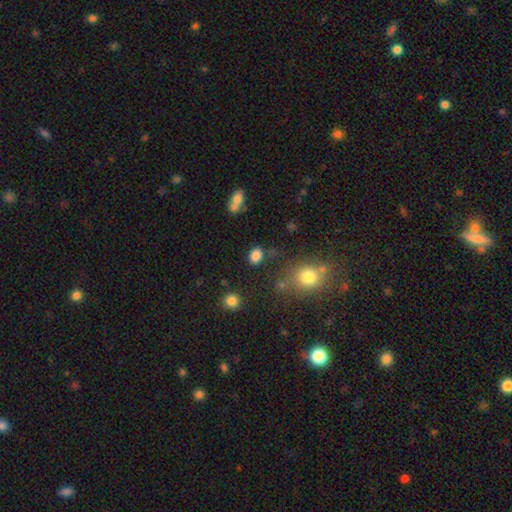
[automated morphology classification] smooth_or_featured: smooth (p=0.83) [alt: star or artifact p=0.12]
how_rounded: in between (p=0.64) [alt: round p=0.34]
merging: none (p=0.76) [alt: minor disturbance p=0.14]